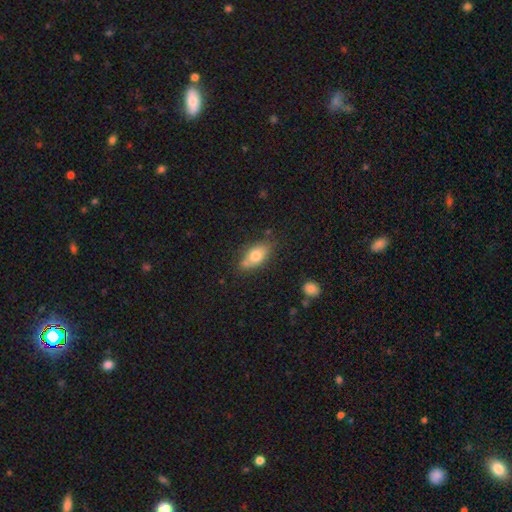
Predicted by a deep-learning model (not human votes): smooth-or-featured: smooth: 75% | featured or disk: 18% | star or artifact: 8%
  how-rounded: in between: 85% | cigar-shaped: 8% | round: 6%
  merging: none: 69% | minor disturbance: 18% | merger: 9% | major disturbance: 4%